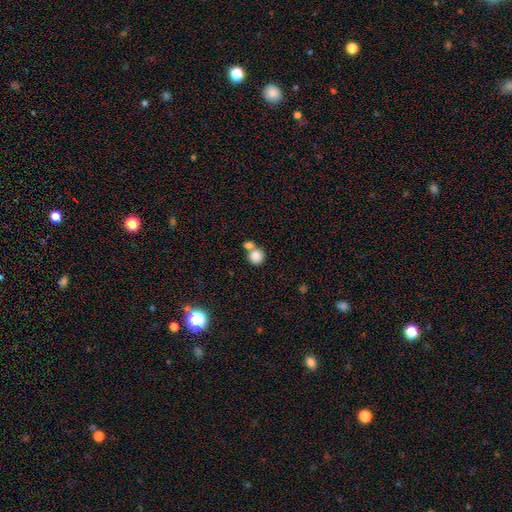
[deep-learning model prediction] Overall: smooth (84%). How rounded: round (88%). Merging: none (46%; merger 43%).